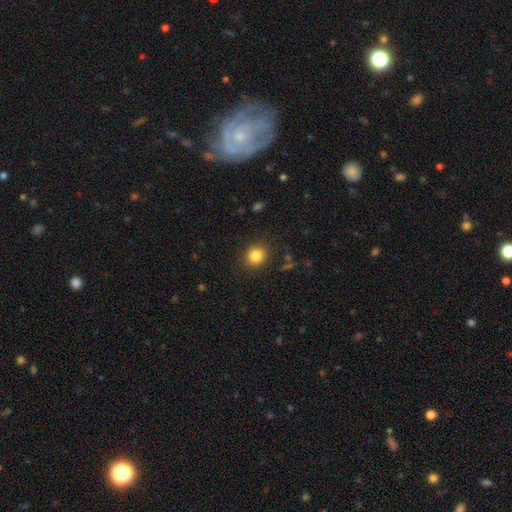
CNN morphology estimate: This appears to be a smooth galaxy with no disk features (84%) that is round (87%). Merging: none (89%).